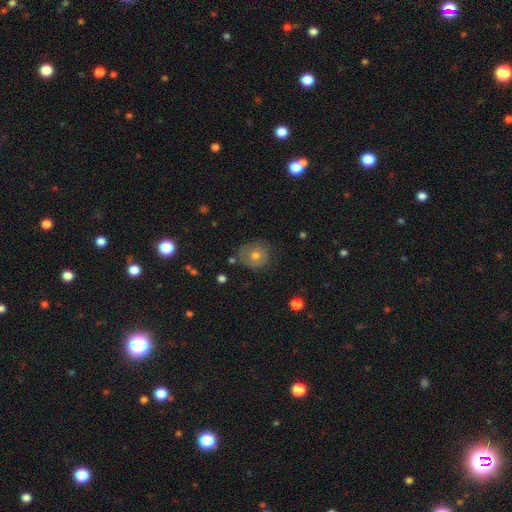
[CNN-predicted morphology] smooth 56%, featured or disk 30%, star or artifact 13%. Down the decision tree: how rounded — round (85%); merging — none (76%).